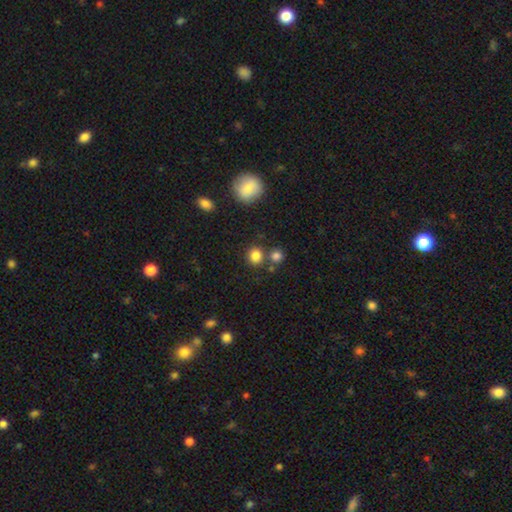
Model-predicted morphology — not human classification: A smooth galaxy with no disk features (82%) that is round (81%). Merging: none (73%).